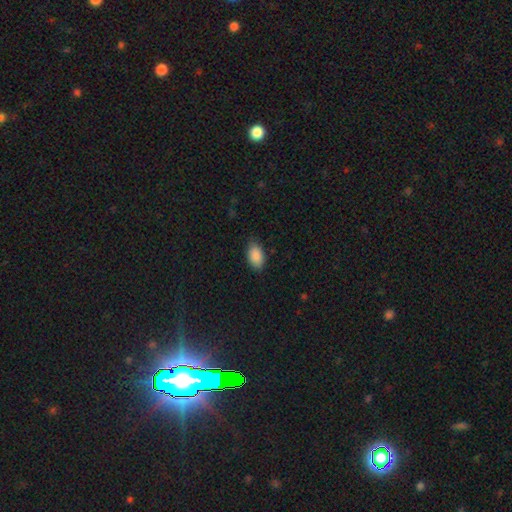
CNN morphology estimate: Overall: smooth (89%). How rounded: in between (93%). Merging: none (82%).